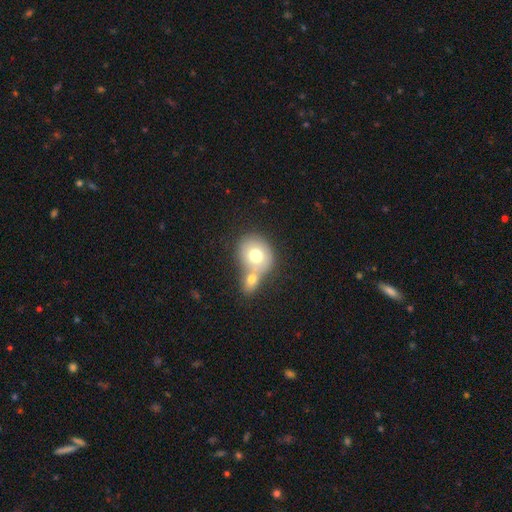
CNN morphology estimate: type=smooth (70%); roundness=round (69%); merging=merger (56%).